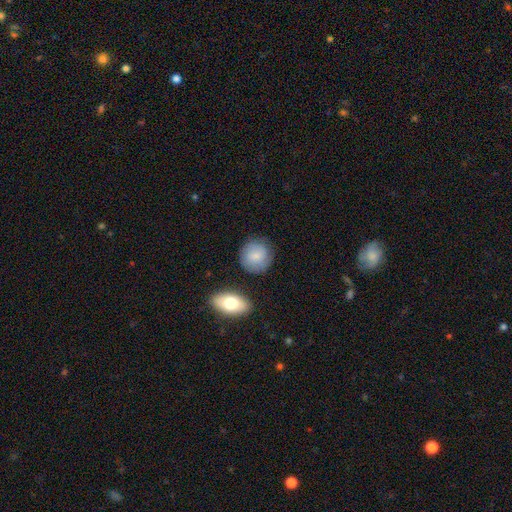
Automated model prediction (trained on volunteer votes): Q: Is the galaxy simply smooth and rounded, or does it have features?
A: smooth — 83%.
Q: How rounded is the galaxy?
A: round — 87%.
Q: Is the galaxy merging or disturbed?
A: none — 80%.